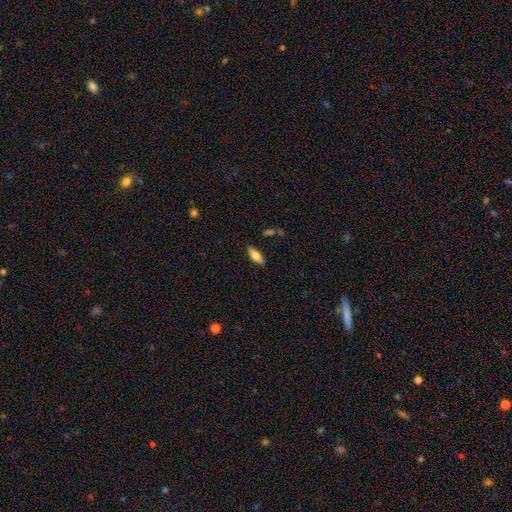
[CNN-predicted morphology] Smooth or featured: smooth — 65% (featured or disk — 28%)
How rounded: in between — 66% (cigar-shaped — 31%)
Merging: none — 86% (minor disturbance — 10%)